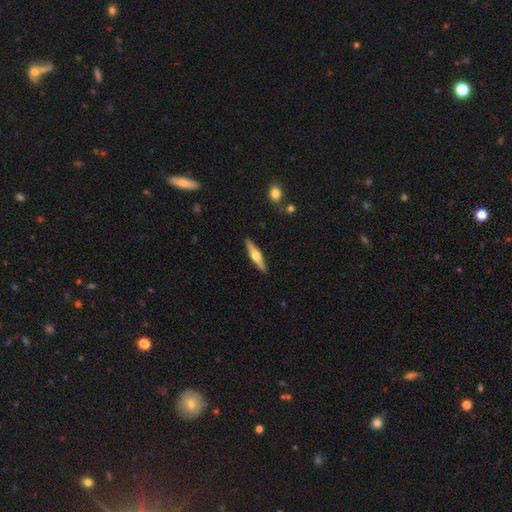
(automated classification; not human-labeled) The model was most divided on "smooth or featured": featured or disk: 62%, smooth: 33%, star or artifact: 5%. More confident: edge-on disk — yes (96%); edge-on bulge — rounded (95%); merging — none (91%).